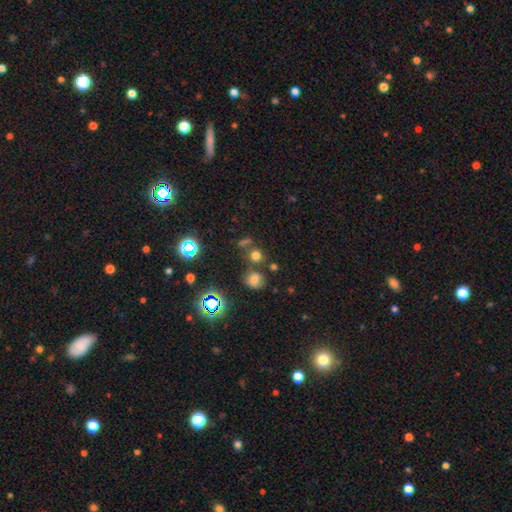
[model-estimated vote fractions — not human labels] The model was most divided on "smooth or featured": smooth: 66%, star or artifact: 27%, featured or disk: 8%. More confident: how rounded — round (85%); merging — none (68%).